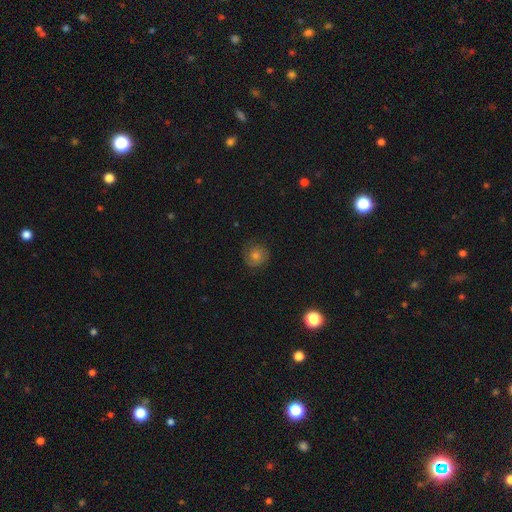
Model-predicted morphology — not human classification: Smooth or featured?
  - smooth: 55% *
  - featured or disk: 30%
  - star or artifact: 16%
How rounded?
  - round: 91% *
  - in between: 8%
  - cigar-shaped: 1%
Merging?
  - none: 82% *
  - minor disturbance: 13%
  - major disturbance: 4%
  - merger: 1%